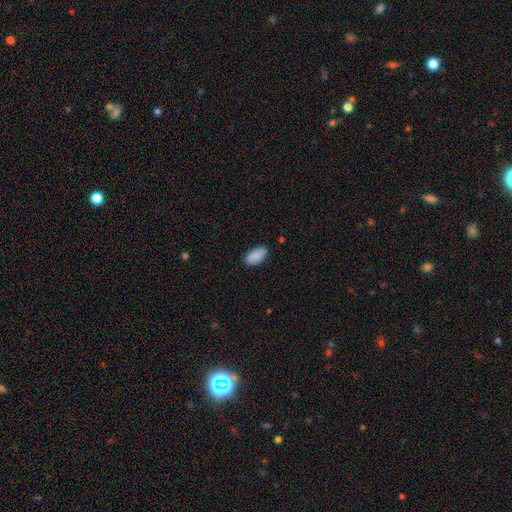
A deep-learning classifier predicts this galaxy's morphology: Smooth or featured? Predicted: smooth (p=0.90). How rounded? Predicted: in between (p=0.94). Merging? Predicted: none (p=0.86).